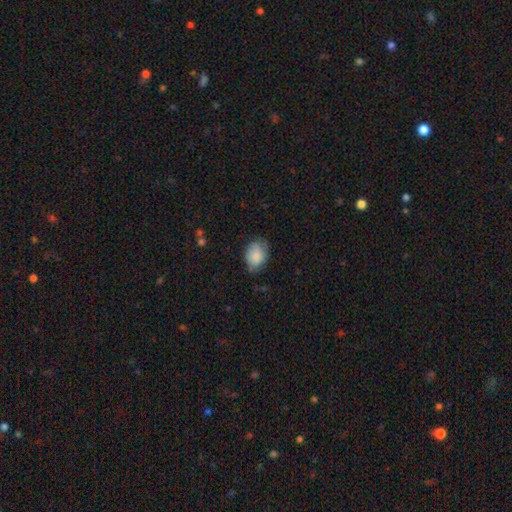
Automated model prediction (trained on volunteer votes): Smooth or featured?
  - smooth: 84% *
  - featured or disk: 9%
  - star or artifact: 7%
How rounded?
  - in between: 65% *
  - round: 34%
  - cigar-shaped: 1%
Merging?
  - none: 62% *
  - minor disturbance: 29%
  - major disturbance: 7%
  - merger: 2%